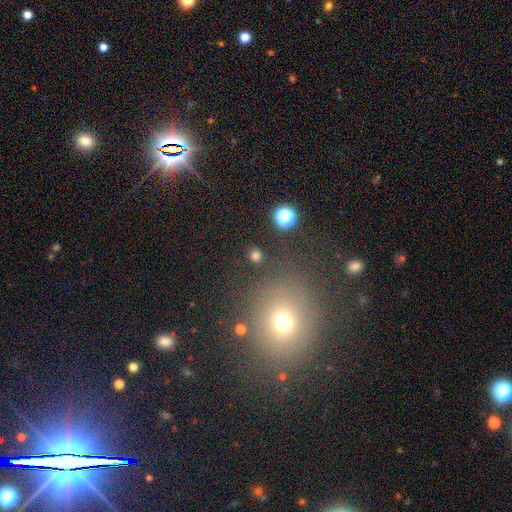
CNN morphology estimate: A smooth galaxy with no disk features (76%) that is round (82%). Merging: none (87%).